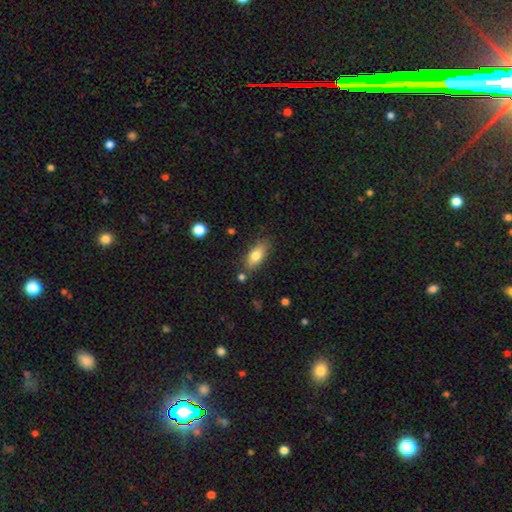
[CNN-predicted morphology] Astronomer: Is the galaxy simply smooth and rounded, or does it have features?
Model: smooth — 77%.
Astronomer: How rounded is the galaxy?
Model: in between — 79%.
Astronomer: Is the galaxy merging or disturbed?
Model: none — 76%.